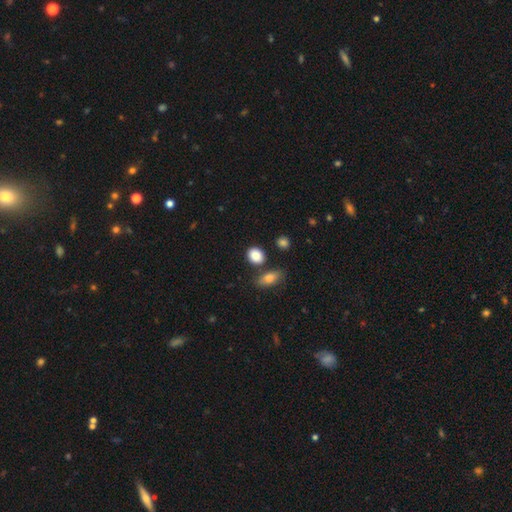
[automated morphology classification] Smooth or featured? Predicted: smooth (p=0.87). How rounded? Predicted: round (p=0.53). Merging? Predicted: none (p=0.74).